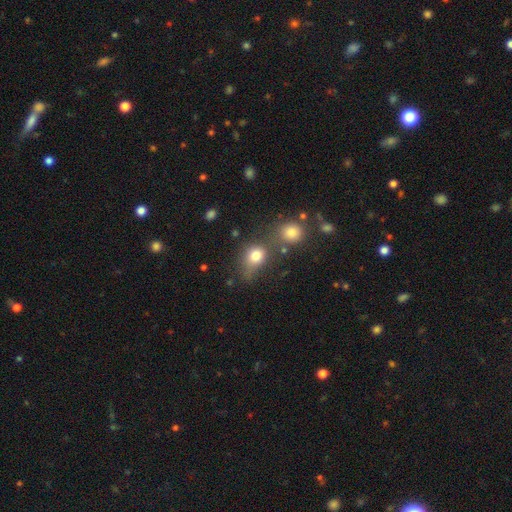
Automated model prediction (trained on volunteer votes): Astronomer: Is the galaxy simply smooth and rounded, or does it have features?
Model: smooth — 78%.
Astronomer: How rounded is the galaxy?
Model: round — 57% (runner-up: in between, 42%).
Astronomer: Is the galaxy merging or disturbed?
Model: none — 45% (runner-up: merger, 23%).